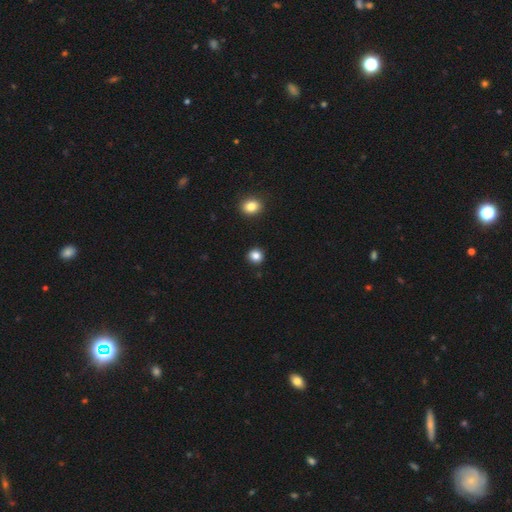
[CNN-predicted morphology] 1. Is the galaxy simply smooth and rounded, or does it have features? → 85% smooth, 11% star or artifact, 4% featured or disk.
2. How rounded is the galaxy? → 87% round, 12% in between, 1% cigar-shaped.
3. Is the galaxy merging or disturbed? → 91% none, 5% minor disturbance, 2% merger, 2% major disturbance.